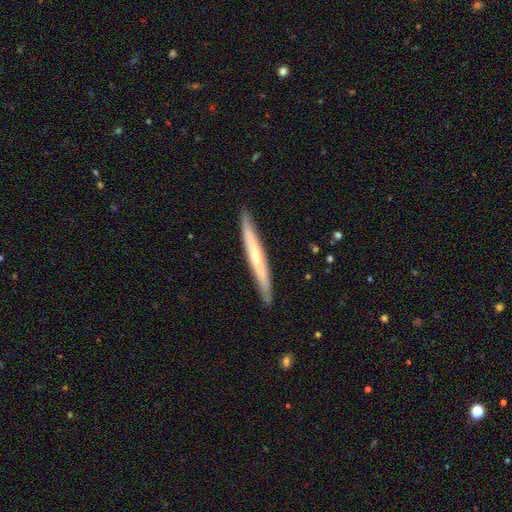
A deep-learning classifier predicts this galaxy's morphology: This is possibly a featured or disk galaxy (57%). It is clearly viewed edge-on (92%). Edge-on bulge: possibly rounded (52%). Merging: clearly none (89%).